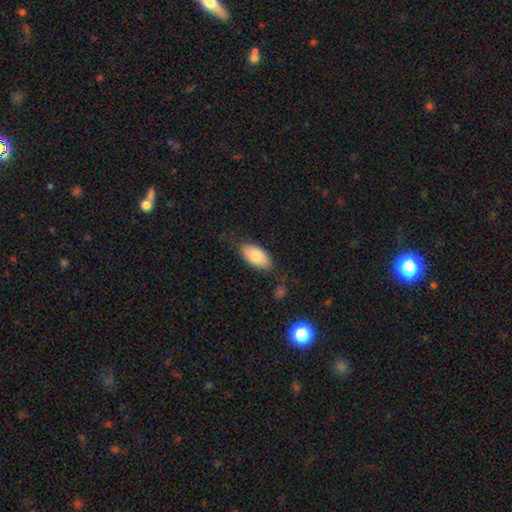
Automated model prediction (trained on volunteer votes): The model was most divided on "merging": none: 74%, minor disturbance: 19%, major disturbance: 5%, merger: 2%. More confident: how rounded — in between (94%); smooth or featured — smooth (82%).